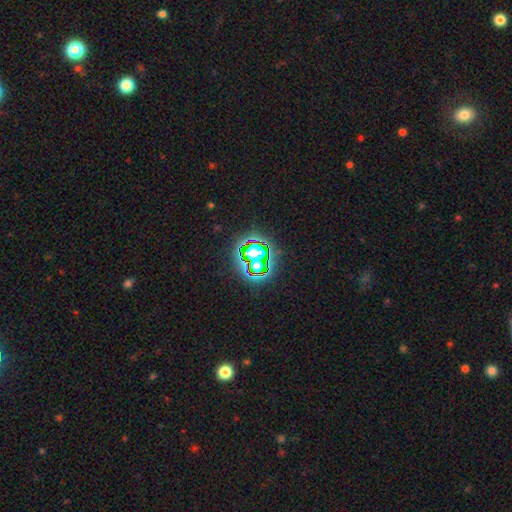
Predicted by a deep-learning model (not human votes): smooth_or_featured: star or artifact (p=0.78) [alt: smooth p=0.14]